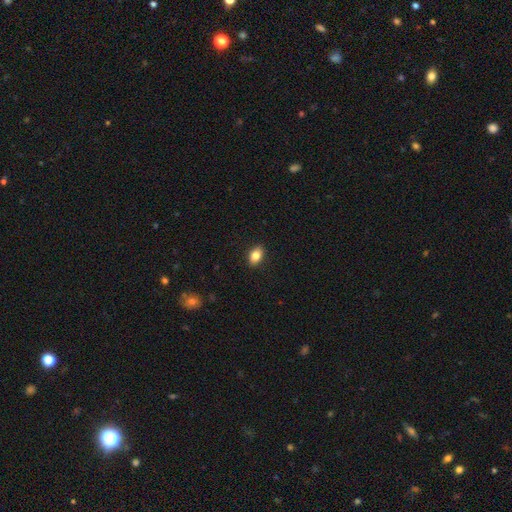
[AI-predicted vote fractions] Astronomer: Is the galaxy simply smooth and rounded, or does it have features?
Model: smooth — 83%.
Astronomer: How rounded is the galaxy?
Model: in between — 83%.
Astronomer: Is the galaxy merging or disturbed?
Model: none — 90%.